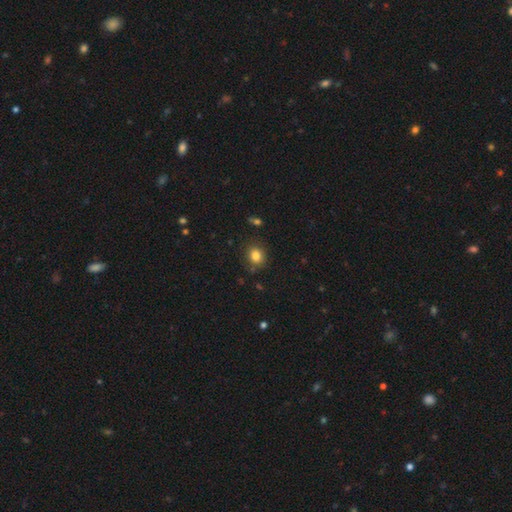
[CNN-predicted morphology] A smooth galaxy with no disk features (83%) that is round (71%). Merging: none (82%).